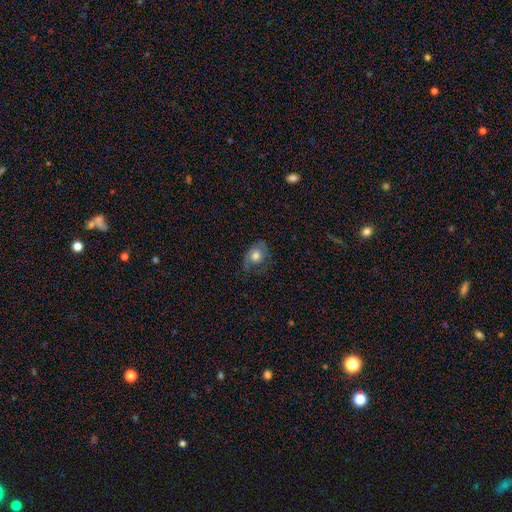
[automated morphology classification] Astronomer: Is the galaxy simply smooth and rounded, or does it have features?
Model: smooth — 62%.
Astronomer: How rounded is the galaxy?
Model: in between — 53% (runner-up: round, 46%).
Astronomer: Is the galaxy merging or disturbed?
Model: none — 45% (runner-up: minor disturbance, 30%).